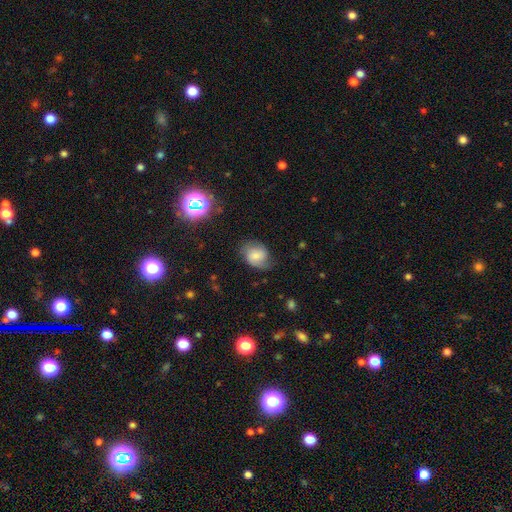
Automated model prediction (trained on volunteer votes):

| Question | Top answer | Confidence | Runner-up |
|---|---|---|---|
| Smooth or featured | smooth | 50% | featured or disk (39%) |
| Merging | none | 62% | minor disturbance (26%) |